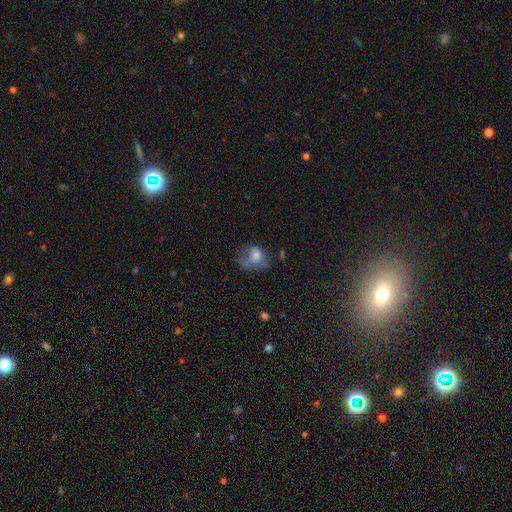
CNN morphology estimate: smooth 61%, featured or disk 26%, star or artifact 13%. Down the decision tree: how rounded — in between (54%); merging — major disturbance (39%).